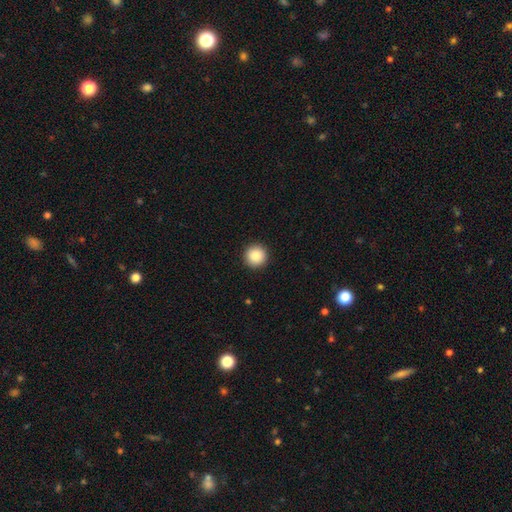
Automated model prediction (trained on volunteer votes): smooth_or_featured: smooth (p=0.88) [alt: star or artifact p=0.08]
how_rounded: round (p=0.96) [alt: in between p=0.03]
merging: none (p=0.93) [alt: minor disturbance p=0.04]